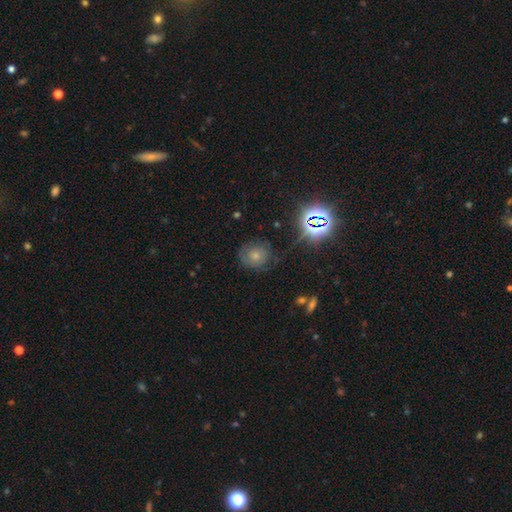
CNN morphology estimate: smooth 58%, star or artifact 21%, featured or disk 21%. Down the decision tree: how rounded — round (81%); merging — none (72%).